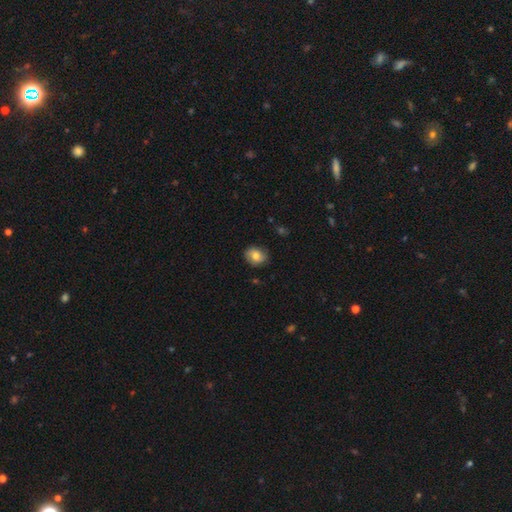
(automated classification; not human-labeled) This is likely a smooth galaxy (76%). How rounded: possibly round (55%). Merging: clearly none (82%).